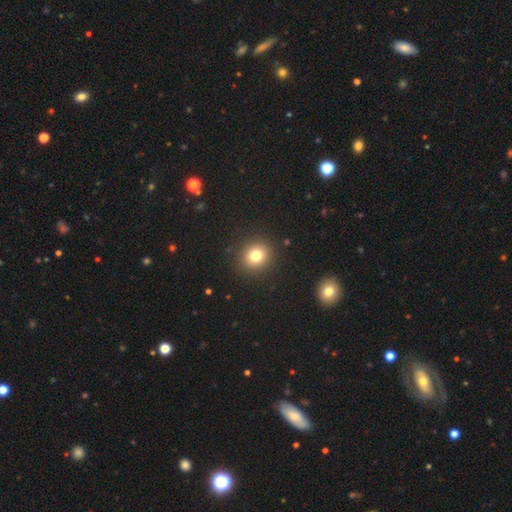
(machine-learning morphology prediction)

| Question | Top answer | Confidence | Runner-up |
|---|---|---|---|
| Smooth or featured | smooth | 78% | star or artifact (14%) |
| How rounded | round | 83% | in between (16%) |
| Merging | none | 91% | minor disturbance (6%) |